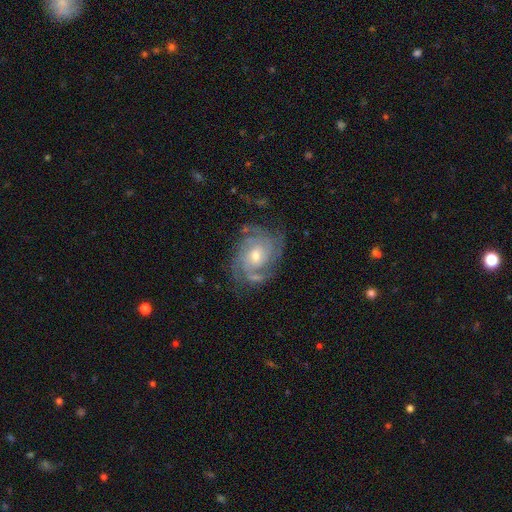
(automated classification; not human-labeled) A featured or disk galaxy (88%) with no bar (67%), 3 (27%) tight (67%) spiral arms (97%) and a moderate central bulge (50%). Merging: none (72%).